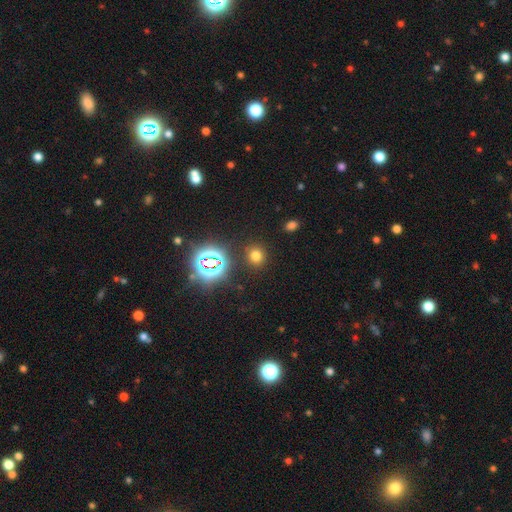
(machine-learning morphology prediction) Smooth or featured? Predicted: smooth (p=0.68). How rounded? Predicted: round (p=0.81). Merging? Predicted: none (p=0.87).